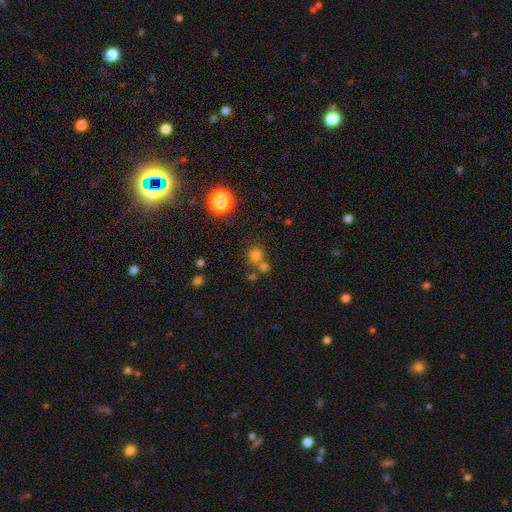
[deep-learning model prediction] This is likely a smooth galaxy (71%). How rounded: clearly round (86%). Merging: possibly none (60%).